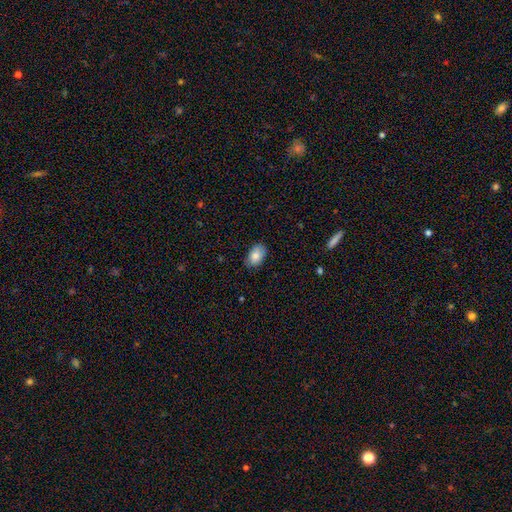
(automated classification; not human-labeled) Smooth or featured?
  - smooth: 84% *
  - featured or disk: 9%
  - star or artifact: 7%
How rounded?
  - in between: 90% *
  - round: 9%
  - cigar-shaped: 1%
Merging?
  - none: 83% *
  - minor disturbance: 14%
  - major disturbance: 2%
  - merger: 1%